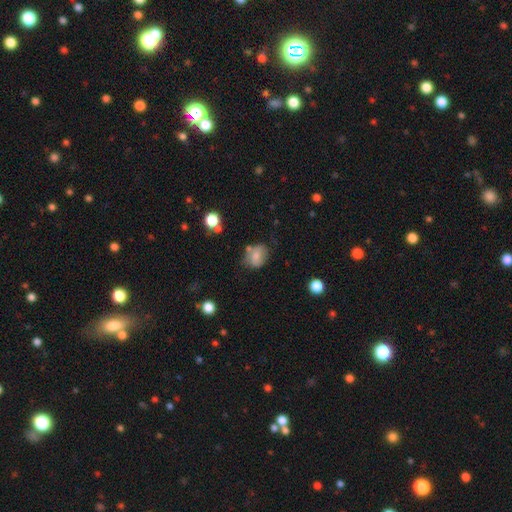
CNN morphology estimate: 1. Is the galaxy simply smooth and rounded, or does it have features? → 70% smooth, 20% featured or disk, 10% star or artifact.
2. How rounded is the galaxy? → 53% in between, 46% round, 1% cigar-shaped.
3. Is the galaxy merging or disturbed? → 61% none, 23% minor disturbance, 8% merger, 7% major disturbance.